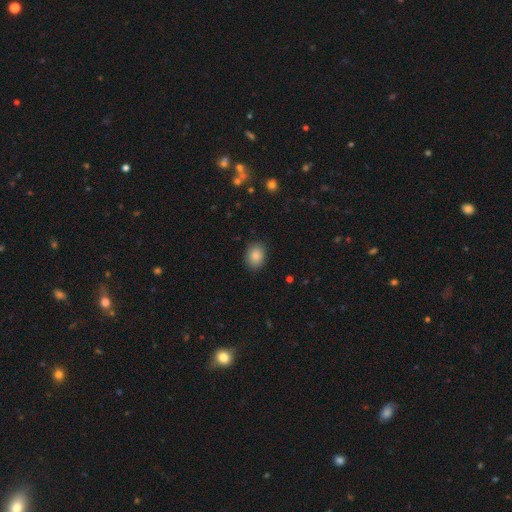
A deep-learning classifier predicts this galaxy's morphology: This is clearly a smooth galaxy (86%). How rounded: likely in between (61%). Merging: clearly none (87%).